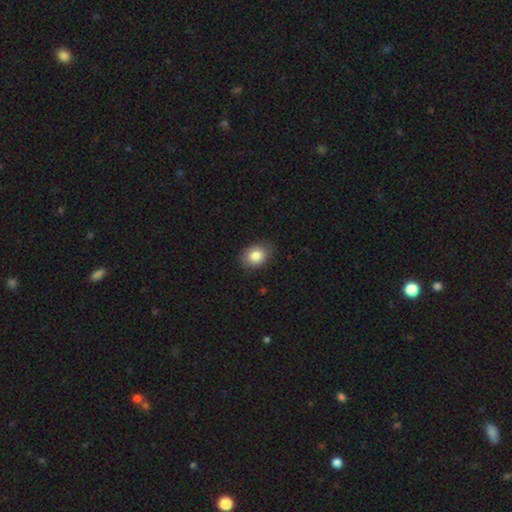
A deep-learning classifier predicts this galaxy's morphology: Smooth or featured? smooth (84%)
How rounded? in between (62%)
Merging? none (83%)